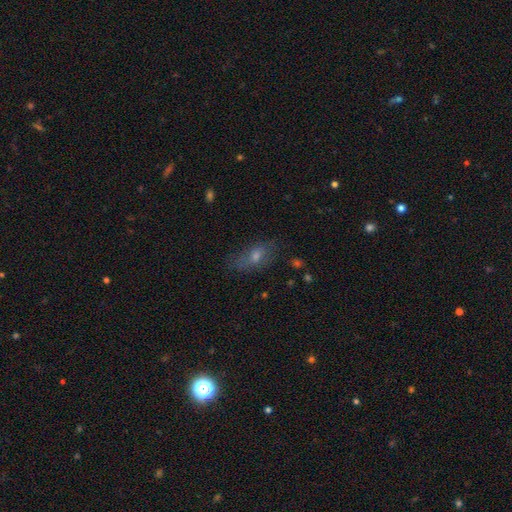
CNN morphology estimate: Smooth or featured: smooth — 51% (featured or disk — 31%)
How rounded: in between — 78% (cigar-shaped — 12%)
Merging: none — 65% (minor disturbance — 22%)